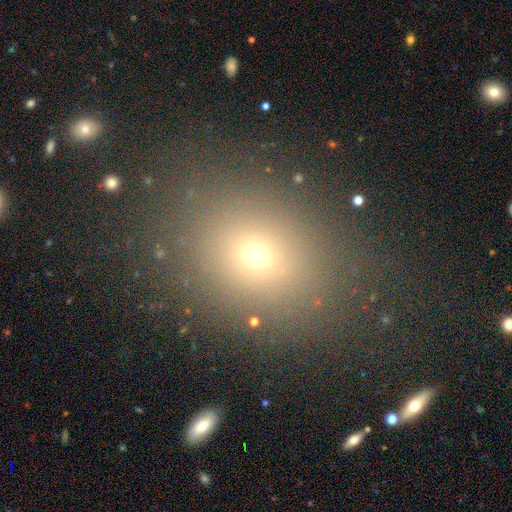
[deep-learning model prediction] smooth 66%, star or artifact 23%, featured or disk 11%. Down the decision tree: how rounded — round (50%); merging — none (82%).